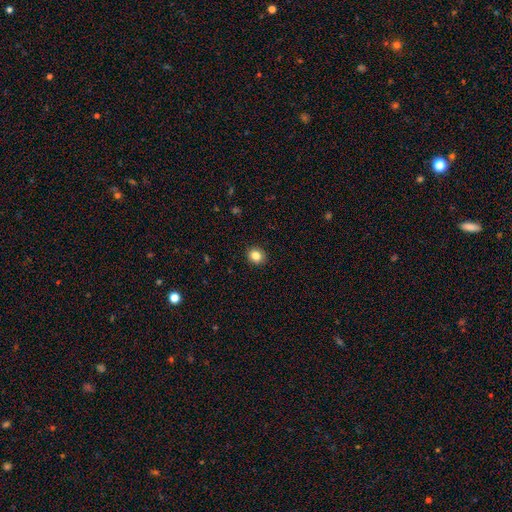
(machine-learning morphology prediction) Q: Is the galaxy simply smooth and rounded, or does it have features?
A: smooth — 84%.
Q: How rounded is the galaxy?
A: round — 77%.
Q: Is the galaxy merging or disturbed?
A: none — 92%.